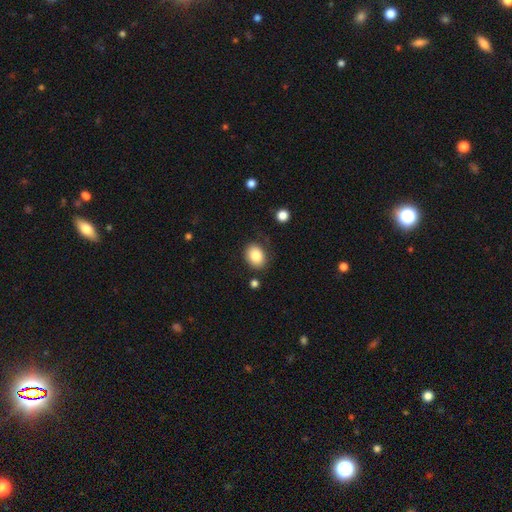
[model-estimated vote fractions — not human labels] smooth_or_featured: smooth (p=0.85) [alt: star or artifact p=0.08]
how_rounded: in between (p=0.59) [alt: round p=0.40]
merging: none (p=0.79) [alt: minor disturbance p=0.14]